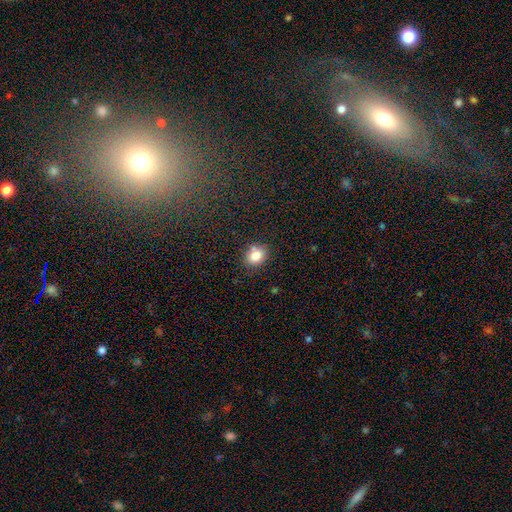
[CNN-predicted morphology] Overall: smooth (81%). How rounded: round (50%; in between 49%). Merging: none (71%).